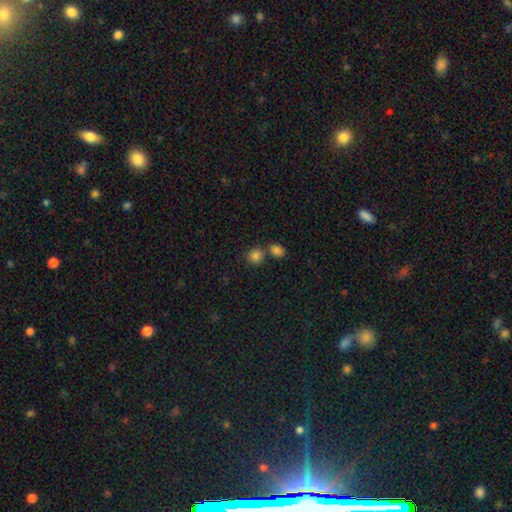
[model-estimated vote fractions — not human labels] smooth 84%, star or artifact 11%, featured or disk 5%. Down the decision tree: how rounded — round (79%); merging — none (60%).